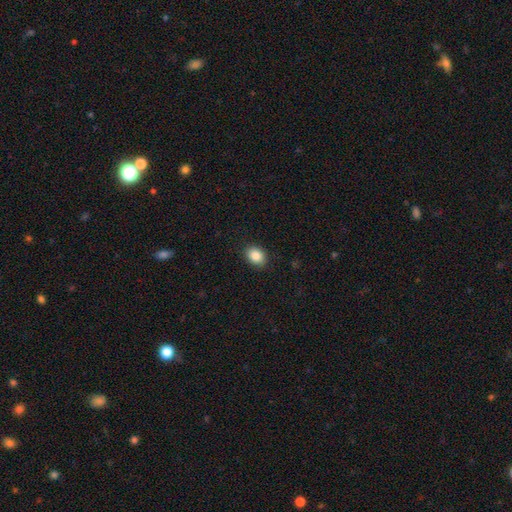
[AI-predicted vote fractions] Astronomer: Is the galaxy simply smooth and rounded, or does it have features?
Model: smooth — 86%.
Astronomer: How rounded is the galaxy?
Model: in between — 64%.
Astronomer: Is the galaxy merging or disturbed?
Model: none — 89%.